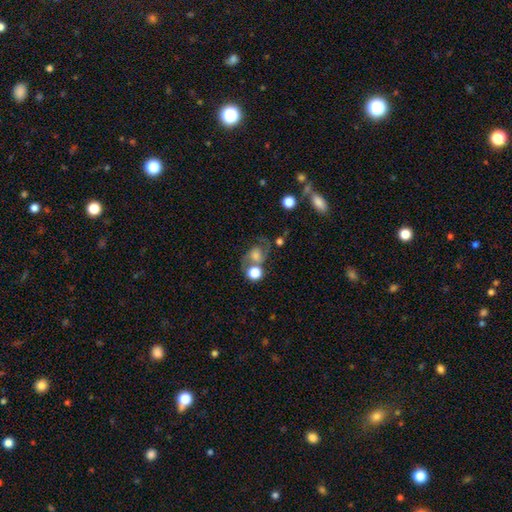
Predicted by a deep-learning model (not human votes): The model was most divided on "smooth or featured": featured or disk: 42%, smooth: 41%, star or artifact: 16%. Remaining: merging — none (48%).